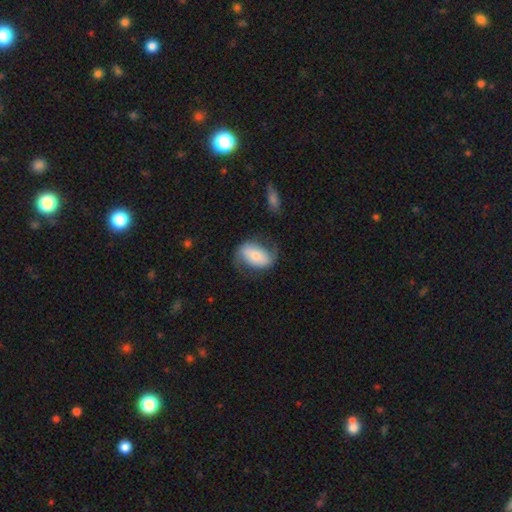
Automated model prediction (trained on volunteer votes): smooth-or-featured: featured or disk: 51% | smooth: 42% | star or artifact: 7%
  disk-edge-on: no: 94% | yes: 6%
  merging: none: 62% | minor disturbance: 22% | major disturbance: 14% | merger: 2%